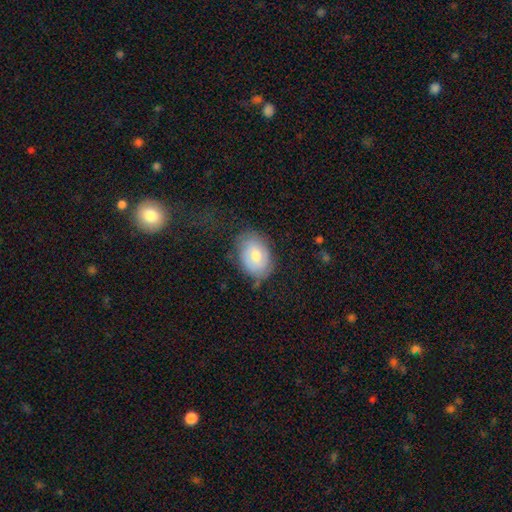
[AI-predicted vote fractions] A smooth galaxy with no disk features (59%) that is in between round and cigar-shaped (80%).

Vote fractions:
- Smooth or featured? smooth: 59% / featured or disk: 32% / star or artifact: 8%
- How rounded? in between: 80% / round: 19% / cigar-shaped: 1%
- Merging? none: 68% / minor disturbance: 23% / major disturbance: 8% / merger: 2%